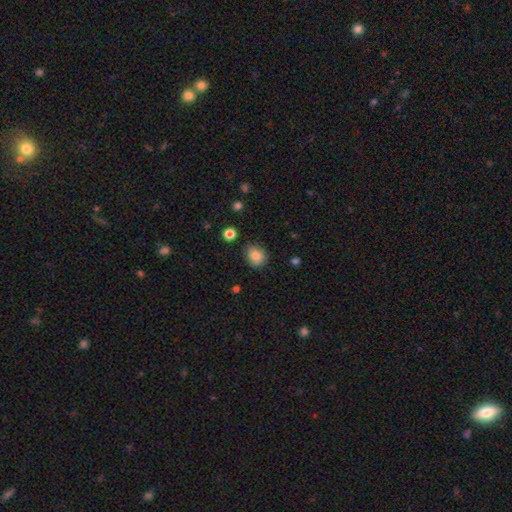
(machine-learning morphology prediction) smooth-or-featured: smooth: 84% | star or artifact: 9% | featured or disk: 6%
  how-rounded: round: 65% | in between: 34% | cigar-shaped: 1%
  merging: none: 80% | minor disturbance: 15% | major disturbance: 3% | merger: 2%